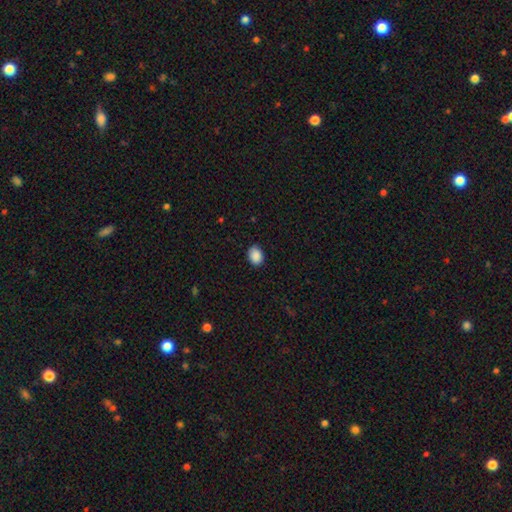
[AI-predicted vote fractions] This is clearly a smooth galaxy (90%). How rounded: likely in between (68%). Merging: clearly none (89%).